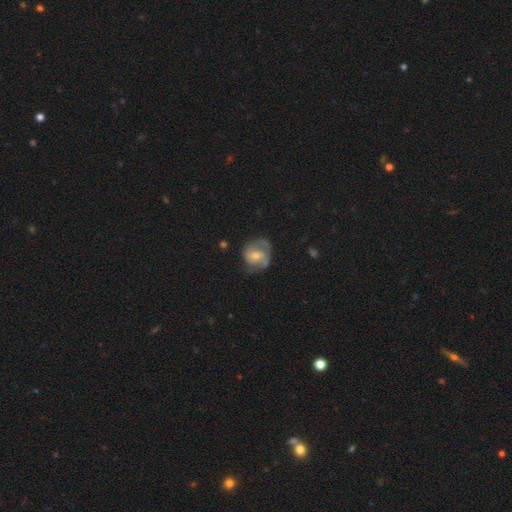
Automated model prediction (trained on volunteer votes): A featured or disk galaxy (69%) with no bar (49%), 2 (70%) medium (46%) spiral arms (87%) and a moderate central bulge (54%).

Vote fractions:
- Smooth or featured? featured or disk: 69% / smooth: 23% / star or artifact: 7%
- Edge-on disk? no: 97% / yes: 3%
- Bar? no: 49% / weak: 39% / strong: 11%
- Spiral arms? yes: 87% / no: 13%
- Spiral winding? medium: 46% / tight: 36% / loose: 18%
- Spiral arm count? 2: 70% / can't tell: 15% / 1: 6% / 3: 6% / 4: 2% / more than 4: 1%
- Bulge size? moderate: 54% / small: 40% / large: 3% / none: 2% / dominant: 1%
- Merging? none: 62% / minor disturbance: 24% / major disturbance: 12% / merger: 2%